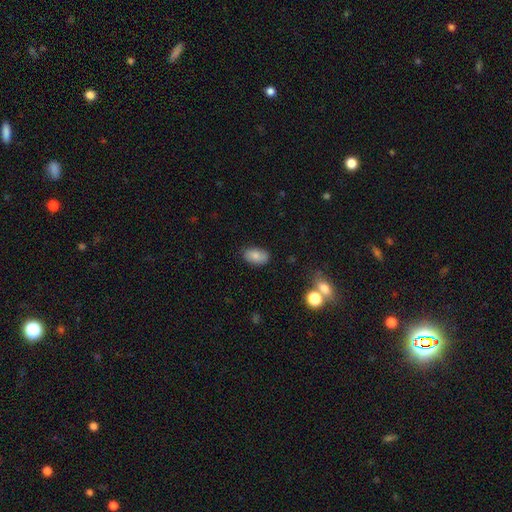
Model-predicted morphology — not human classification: Smooth or featured? Predicted: smooth (p=0.82). How rounded? Predicted: in between (p=0.92). Merging? Predicted: none (p=0.79).